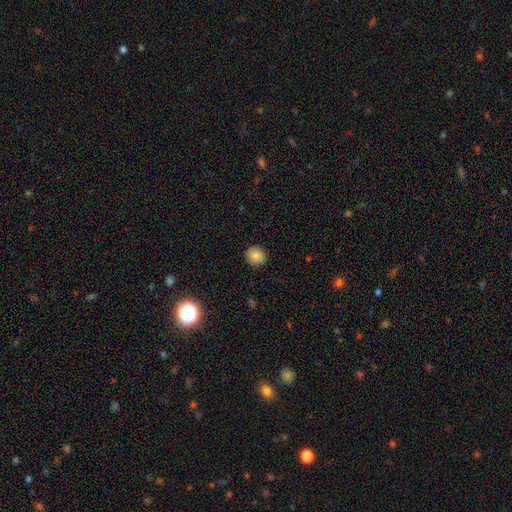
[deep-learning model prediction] Smooth or featured?
  - smooth: 83% *
  - star or artifact: 10%
  - featured or disk: 7%
How rounded?
  - round: 84% *
  - in between: 15%
  - cigar-shaped: 1%
Merging?
  - none: 89% *
  - minor disturbance: 8%
  - major disturbance: 2%
  - merger: 1%